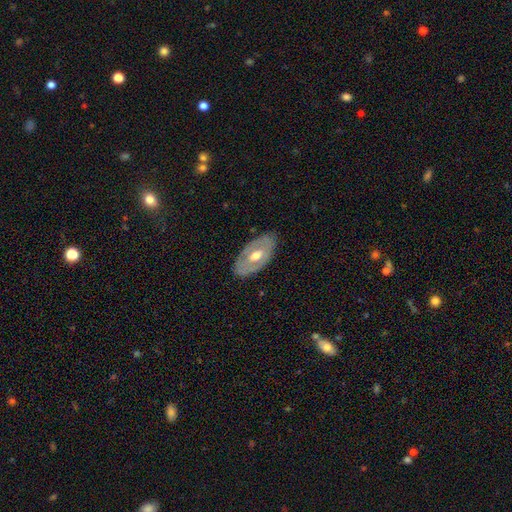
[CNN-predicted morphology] smooth_or_featured: featured or disk (p=0.62) [alt: smooth p=0.32]
disk_edge_on: no (p=0.87) [alt: yes p=0.13]
bar: no (p=0.63) [alt: weak p=0.27]
has_spiral_arms: no (p=0.75) [alt: yes p=0.25]
bulge_size: moderate (p=0.75) [alt: small p=0.13]
merging: none (p=0.82) [alt: minor disturbance p=0.14]